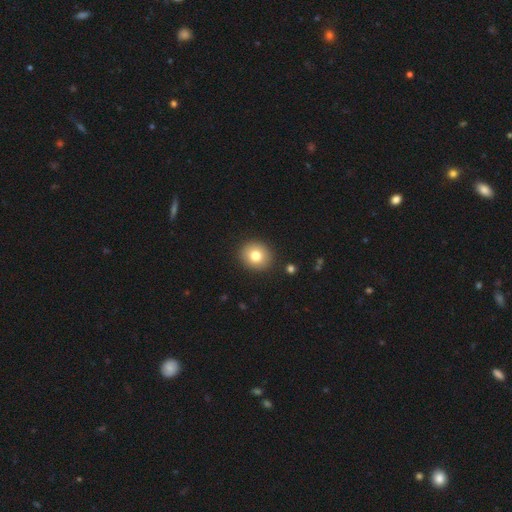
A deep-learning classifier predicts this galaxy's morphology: smooth_or_featured: smooth (p=0.78) [alt: featured or disk p=0.12]
how_rounded: round (p=0.82) [alt: in between p=0.17]
merging: none (p=0.90) [alt: minor disturbance p=0.06]